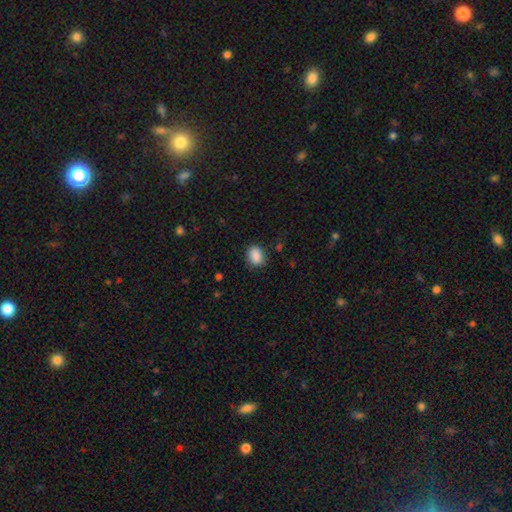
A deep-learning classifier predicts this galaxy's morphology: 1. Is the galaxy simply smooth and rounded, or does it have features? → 88% smooth, 8% star or artifact, 4% featured or disk.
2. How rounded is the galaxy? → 72% in between, 26% round, 1% cigar-shaped.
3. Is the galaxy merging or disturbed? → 82% none, 14% minor disturbance, 4% major disturbance, 1% merger.